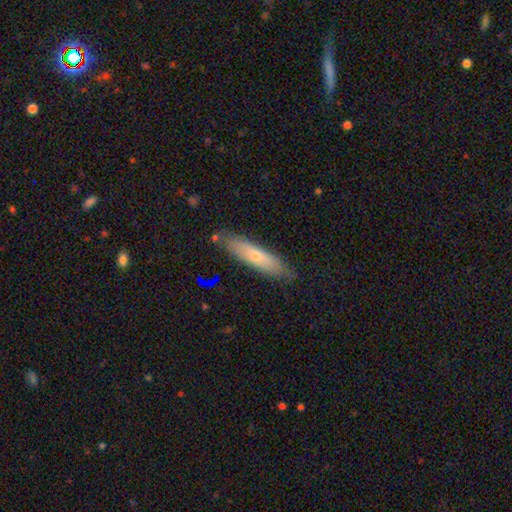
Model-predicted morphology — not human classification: This appears to be a smooth galaxy with no disk features (58%) that is cigar-shaped (76%). Merging: none (82%).